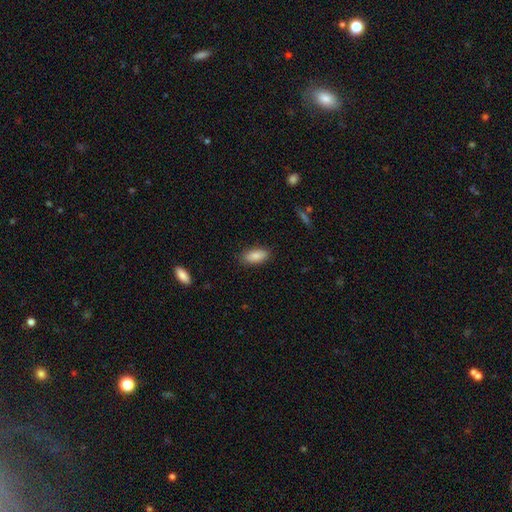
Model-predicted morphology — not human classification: Q: Smooth or featured?
A: smooth (87%); runner-up: star or artifact (7%)
Q: How rounded?
A: in between (86%); runner-up: cigar-shaped (12%)
Q: Merging?
A: none (86%); runner-up: minor disturbance (10%)